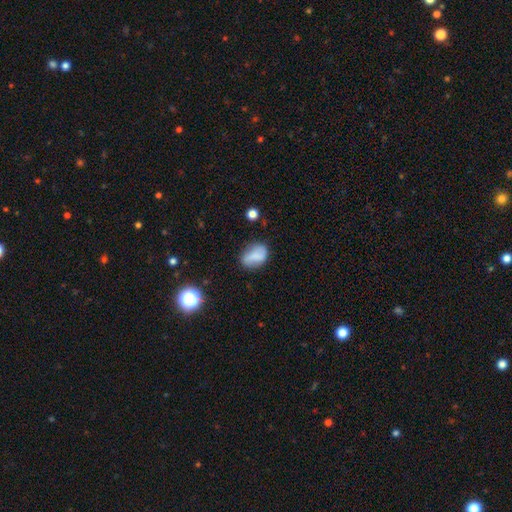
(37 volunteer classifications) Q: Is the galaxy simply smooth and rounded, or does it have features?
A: smooth — 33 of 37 (89%).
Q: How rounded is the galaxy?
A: in between — 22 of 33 (67%).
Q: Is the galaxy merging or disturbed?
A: none — 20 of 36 (56%).